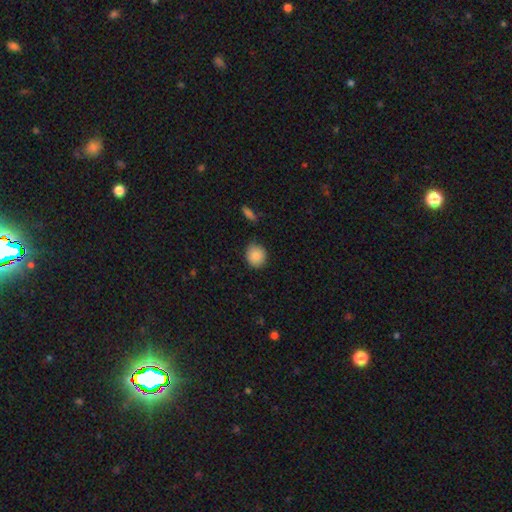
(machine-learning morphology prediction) Smooth or featured? smooth (87%)
How rounded? round (84%)
Merging? none (79%)